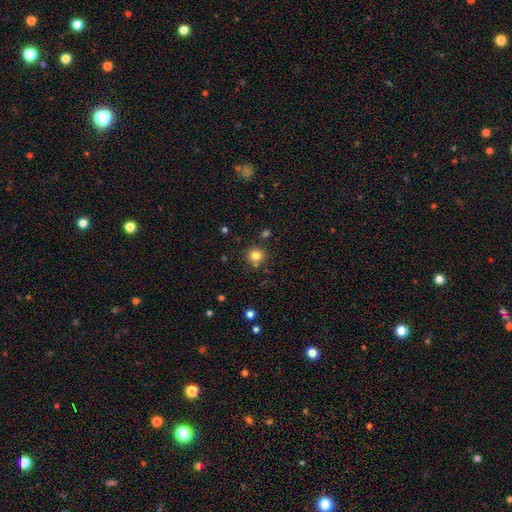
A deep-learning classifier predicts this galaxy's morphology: A smooth galaxy with no disk features (82%) that is round (91%). Merging: none (81%).